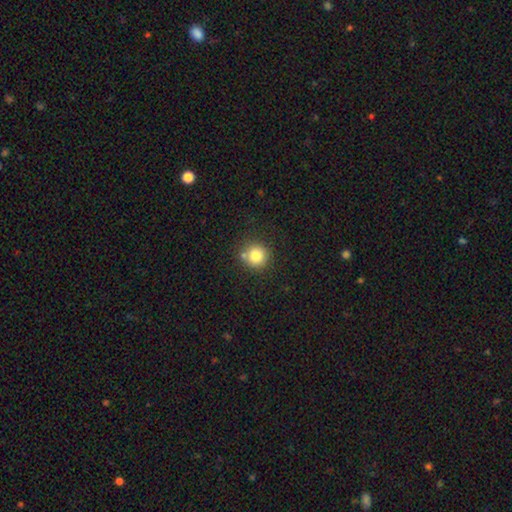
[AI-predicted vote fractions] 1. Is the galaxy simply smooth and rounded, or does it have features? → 80% smooth, 12% star or artifact, 8% featured or disk.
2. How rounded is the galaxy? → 93% round, 6% in between, 1% cigar-shaped.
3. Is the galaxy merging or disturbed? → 76% none, 11% merger, 10% minor disturbance, 3% major disturbance.